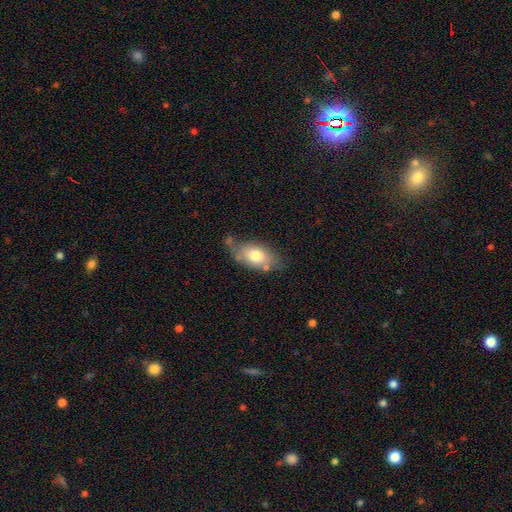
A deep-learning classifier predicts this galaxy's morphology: type=smooth (71%); roundness=in between (90%); merging=none (53%).